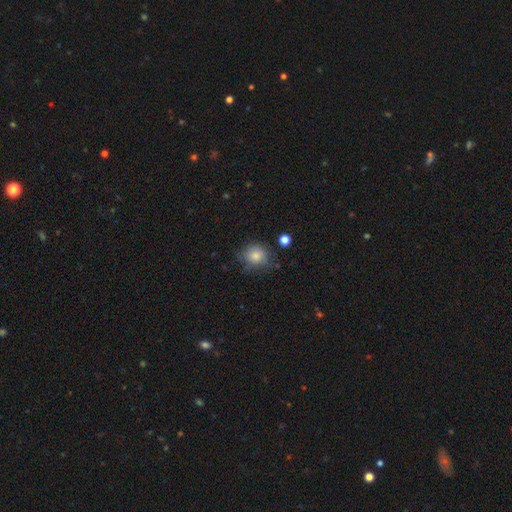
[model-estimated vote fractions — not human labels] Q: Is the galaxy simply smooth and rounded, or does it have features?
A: smooth — 80%.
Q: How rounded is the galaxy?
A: round — 77%.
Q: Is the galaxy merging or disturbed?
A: none — 66%.